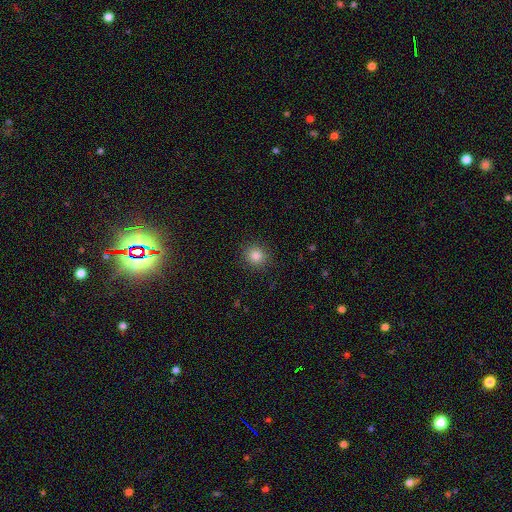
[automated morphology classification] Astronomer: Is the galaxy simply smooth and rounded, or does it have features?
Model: smooth — 84%.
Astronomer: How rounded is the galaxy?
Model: round — 88%.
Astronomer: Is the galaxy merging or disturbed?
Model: none — 90%.